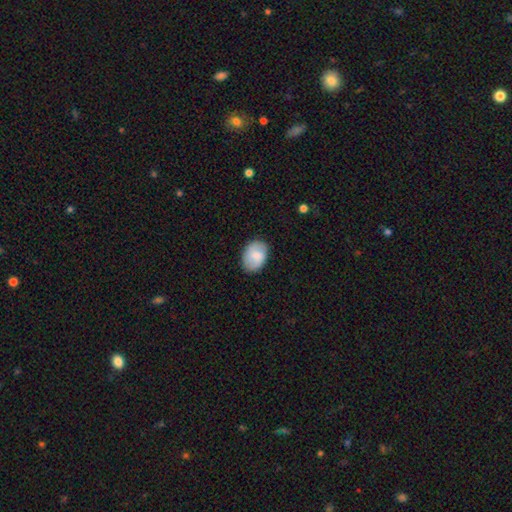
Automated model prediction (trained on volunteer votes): Overall: smooth (73%). How rounded: in between (77%). Merging: none (82%).